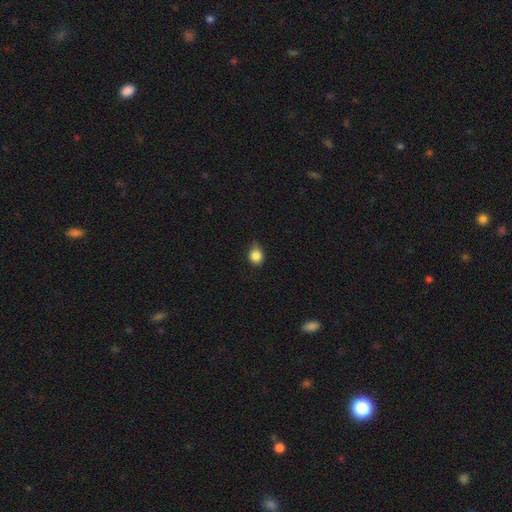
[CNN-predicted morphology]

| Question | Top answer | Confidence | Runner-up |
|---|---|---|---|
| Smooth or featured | smooth | 85% | star or artifact (9%) |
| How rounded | round | 61% | in between (38%) |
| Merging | none | 57% | minor disturbance (36%) |